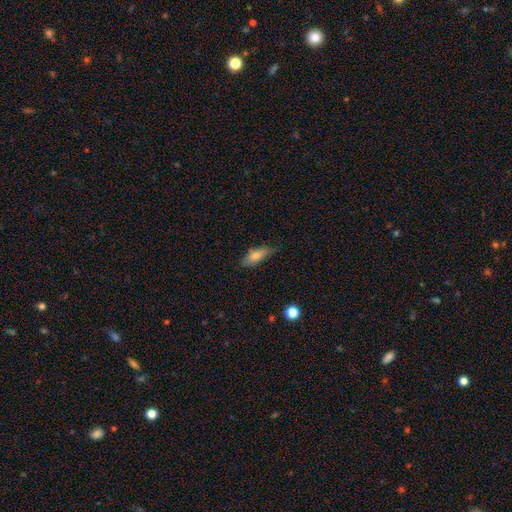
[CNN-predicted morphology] Smooth or featured?
  - smooth: 75% *
  - featured or disk: 18%
  - star or artifact: 7%
How rounded?
  - in between: 64% *
  - cigar-shaped: 33%
  - round: 3%
Merging?
  - none: 71% *
  - minor disturbance: 23%
  - major disturbance: 4%
  - merger: 2%